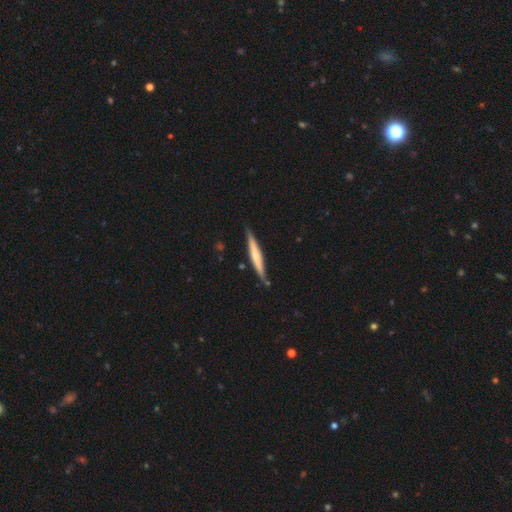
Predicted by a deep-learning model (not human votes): A featured or disk galaxy (49%). Merging: none (84%).